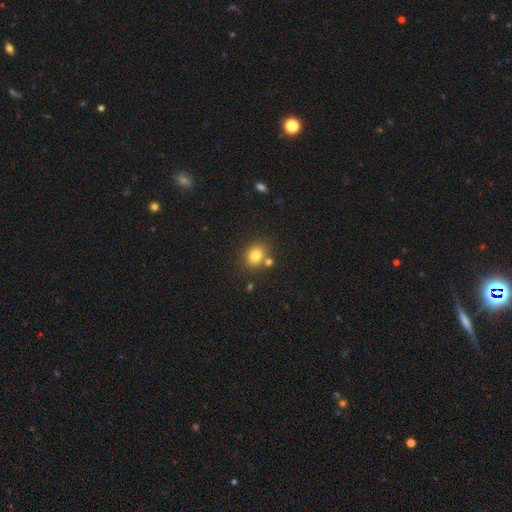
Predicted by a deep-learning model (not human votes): This is likely a smooth galaxy (79%). How rounded: likely round (61%). Merging: likely none (73%).